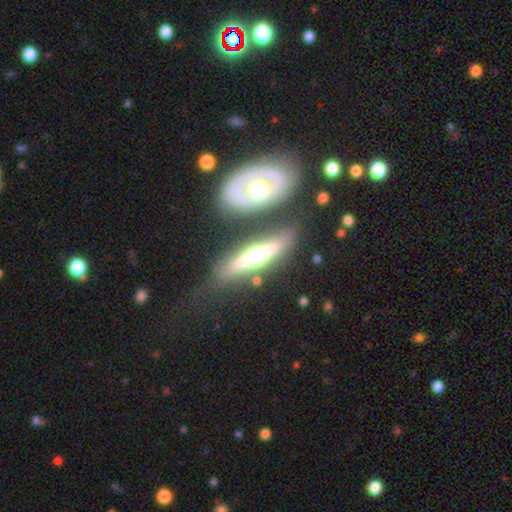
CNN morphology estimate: Smooth or featured? featured or disk (65%)
Edge-on disk? yes (90%)
Edge-on bulge? rounded (93%)
Merging? none (72%)